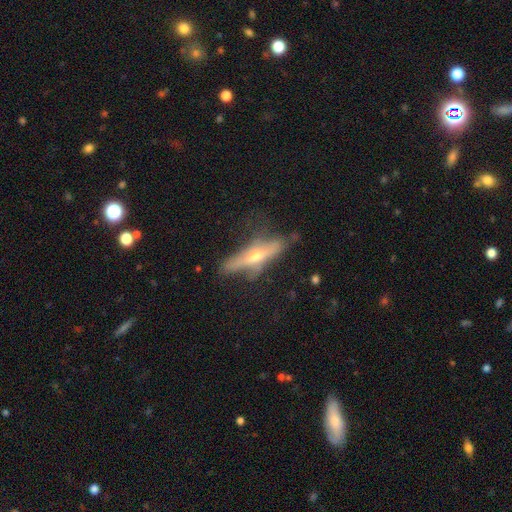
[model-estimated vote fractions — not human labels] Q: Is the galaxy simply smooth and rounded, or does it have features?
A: featured or disk — 65%.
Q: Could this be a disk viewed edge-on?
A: yes — 87%.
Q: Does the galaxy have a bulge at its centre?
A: rounded — 90%.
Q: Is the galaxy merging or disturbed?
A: none — 63%.